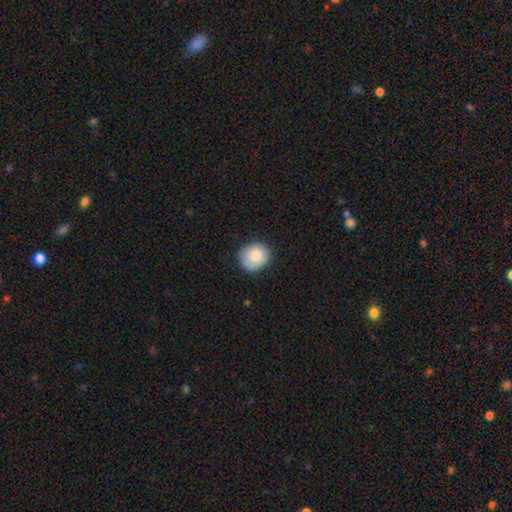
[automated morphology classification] Overall: smooth (76%). How rounded: round (78%). Merging: none (73%).